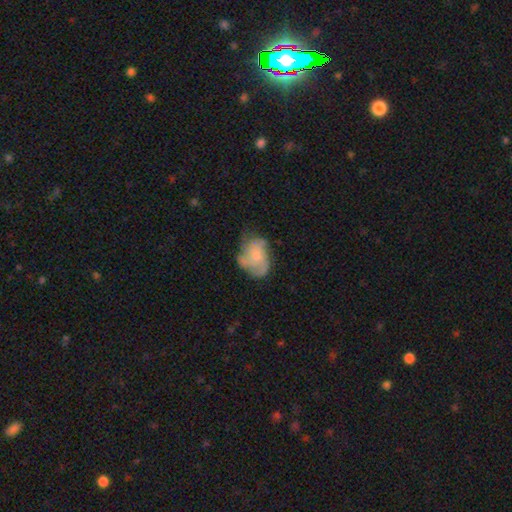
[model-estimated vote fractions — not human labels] Smooth or featured? featured or disk (54%)
Edge-on disk? no (98%)
Bar? no (80%)
Spiral arms? yes (69%)
Bulge size? none (34%)
Merging? none (44%)